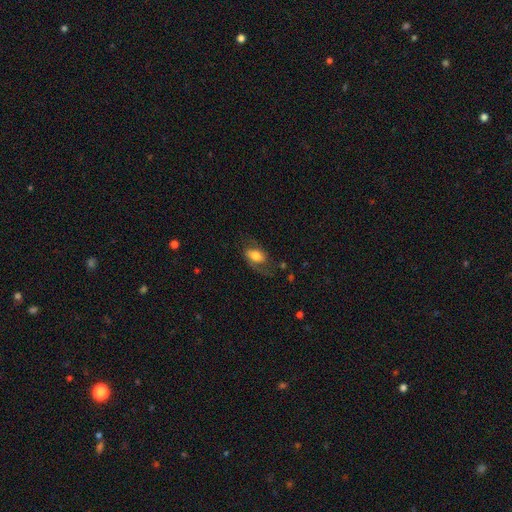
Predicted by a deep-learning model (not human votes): Q: Smooth or featured?
A: smooth (57%); runner-up: featured or disk (35%)
Q: How rounded?
A: in between (85%); runner-up: round (12%)
Q: Merging?
A: none (54%); runner-up: minor disturbance (23%)